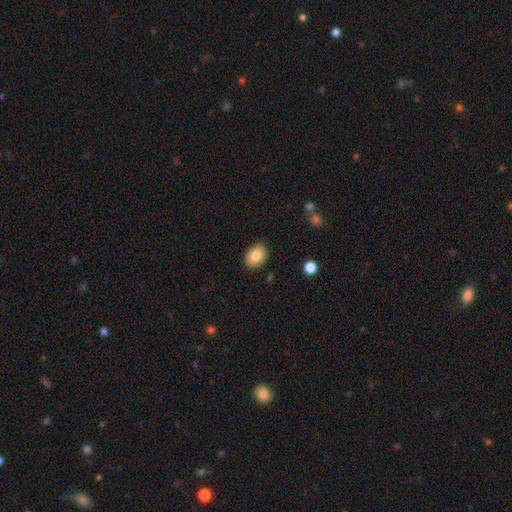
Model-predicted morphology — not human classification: Q: Smooth or featured?
A: smooth (84%); runner-up: featured or disk (8%)
Q: How rounded?
A: in between (76%); runner-up: round (23%)
Q: Merging?
A: none (88%); runner-up: minor disturbance (9%)